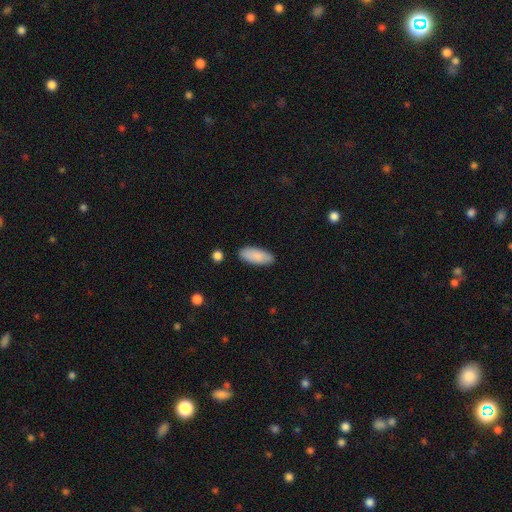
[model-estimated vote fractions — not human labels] smooth-or-featured: smooth: 88% | featured or disk: 6% | star or artifact: 6%
  how-rounded: in between: 81% | cigar-shaped: 18% | round: 2%
  merging: none: 87% | minor disturbance: 9% | major disturbance: 2% | merger: 2%